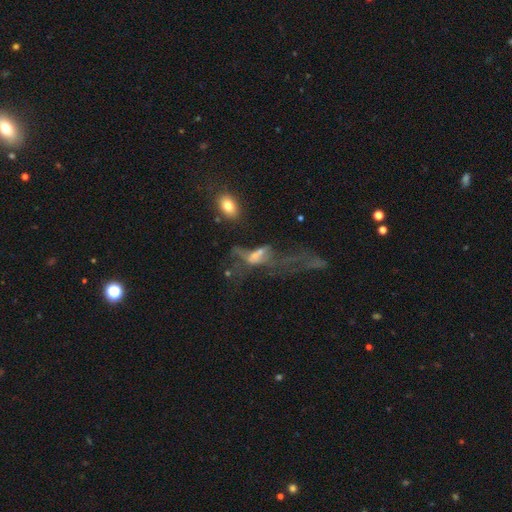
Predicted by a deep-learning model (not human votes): smooth_or_featured: featured or disk (p=0.52) [alt: smooth p=0.28]
disk_edge_on: no (p=0.84) [alt: yes p=0.16]
merging: major disturbance (p=0.46) [alt: merger p=0.24]